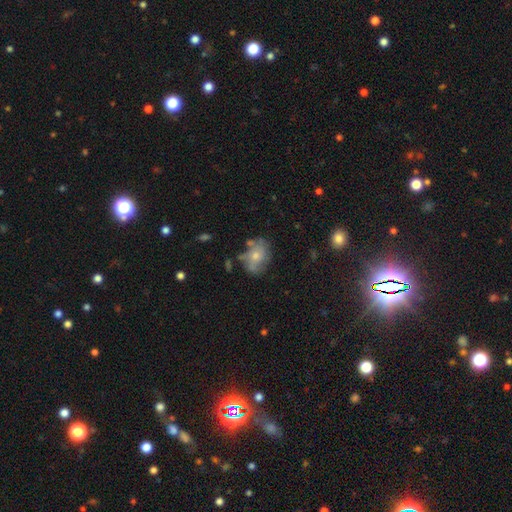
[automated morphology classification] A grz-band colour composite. It shows a featured or disk galaxy (47%). Merging: none (52%).